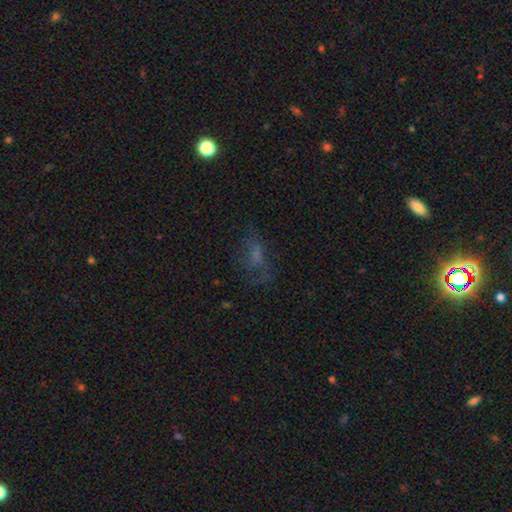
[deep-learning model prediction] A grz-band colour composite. It shows a smooth galaxy with no disk features (43%). Merging: none (52%).